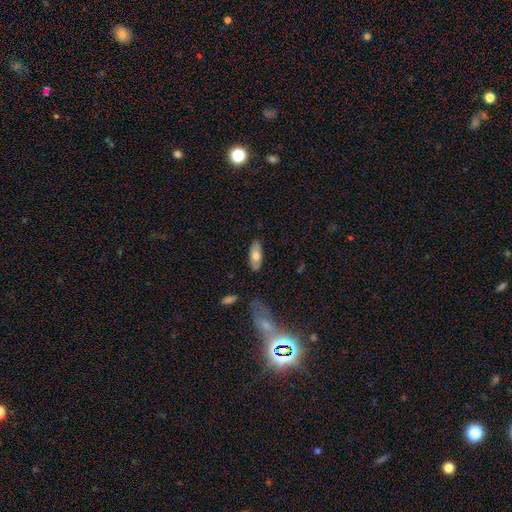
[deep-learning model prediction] This appears to be a smooth galaxy with no disk features (71%) that is in between round and cigar-shaped (81%). Merging: none (83%).